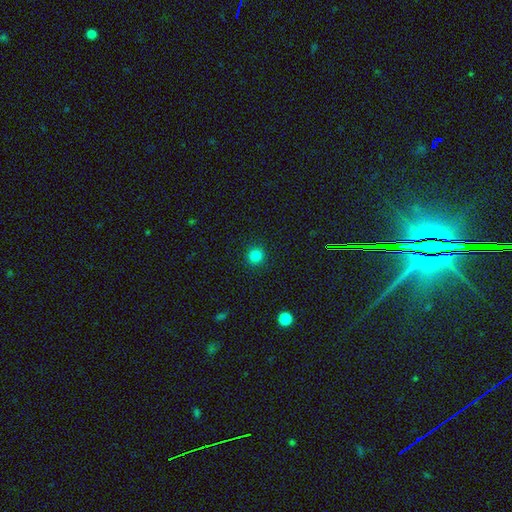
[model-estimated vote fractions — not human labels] Overall: smooth (84%). How rounded: round (94%). Merging: none (92%).